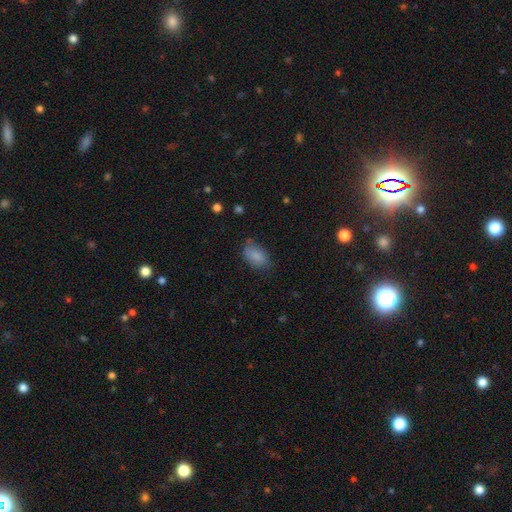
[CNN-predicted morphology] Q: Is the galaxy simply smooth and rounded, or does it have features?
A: smooth — 86%.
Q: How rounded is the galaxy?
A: in between — 91%.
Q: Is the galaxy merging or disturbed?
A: none — 68%.